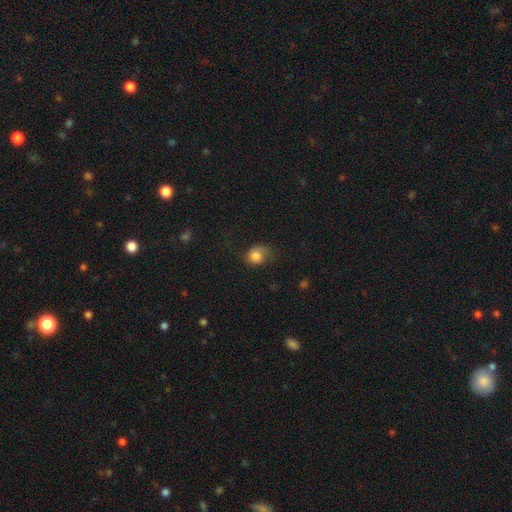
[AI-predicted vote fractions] Smooth or featured? Predicted: smooth (p=0.78). How rounded? Predicted: round (p=0.69). Merging? Predicted: none (p=0.48).